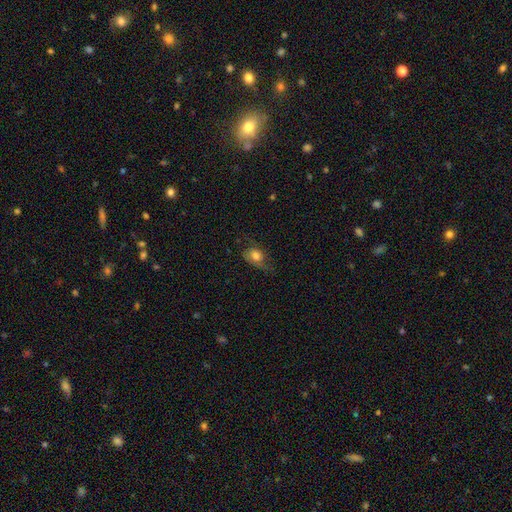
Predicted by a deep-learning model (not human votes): Smooth or featured?
  - smooth: 69% *
  - featured or disk: 22%
  - star or artifact: 9%
How rounded?
  - in between: 64% *
  - round: 34%
  - cigar-shaped: 2%
Merging?
  - none: 45% *
  - minor disturbance: 32%
  - major disturbance: 21%
  - merger: 2%